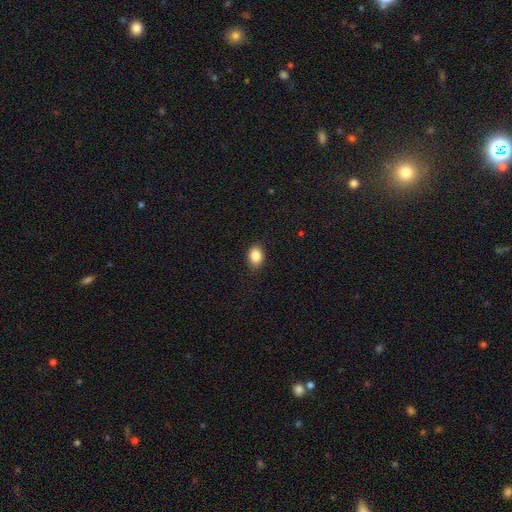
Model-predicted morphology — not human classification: type=smooth (86%); roundness=in between (71%); merging=none (86%).